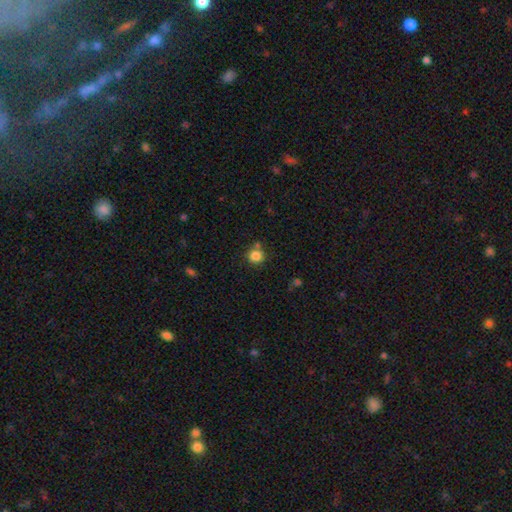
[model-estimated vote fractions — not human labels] Q: Smooth or featured?
A: smooth (84%); runner-up: star or artifact (11%)
Q: How rounded?
A: round (90%); runner-up: in between (9%)
Q: Merging?
A: none (75%); runner-up: merger (12%)